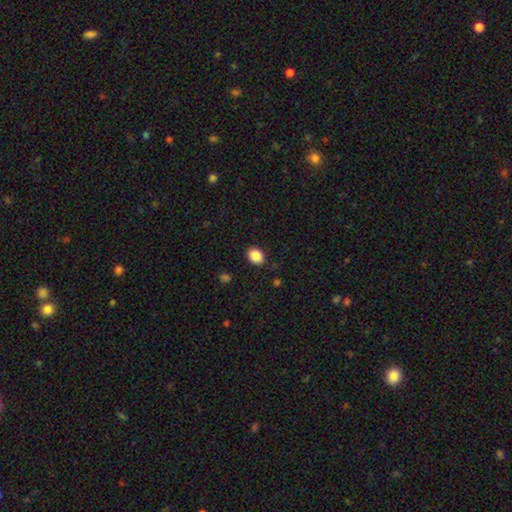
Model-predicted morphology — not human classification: Smooth or featured?
  - smooth: 88% *
  - star or artifact: 8%
  - featured or disk: 4%
How rounded?
  - in between: 67% *
  - round: 32%
  - cigar-shaped: 1%
Merging?
  - none: 88% *
  - minor disturbance: 8%
  - major disturbance: 2%
  - merger: 1%